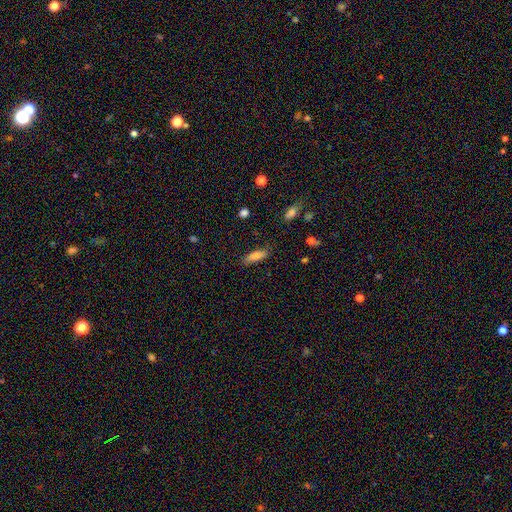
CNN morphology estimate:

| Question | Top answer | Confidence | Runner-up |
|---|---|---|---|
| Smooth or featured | smooth | 78% | featured or disk (15%) |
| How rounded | cigar-shaped | 52% | in between (45%) |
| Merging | none | 81% | minor disturbance (14%) |